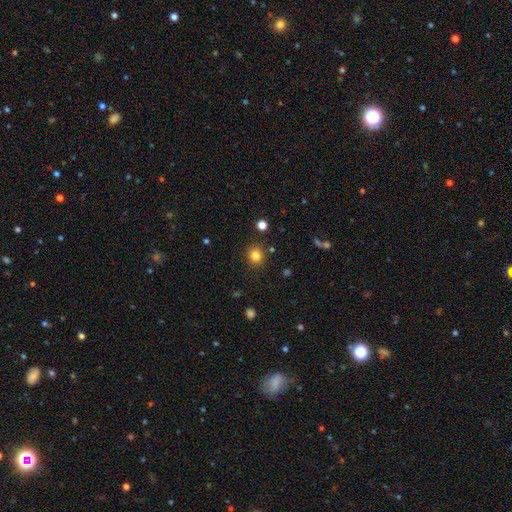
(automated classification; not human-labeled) Smooth or featured: smooth — 81% (star or artifact — 13%)
How rounded: round — 88% (in between — 11%)
Merging: none — 87% (minor disturbance — 7%)